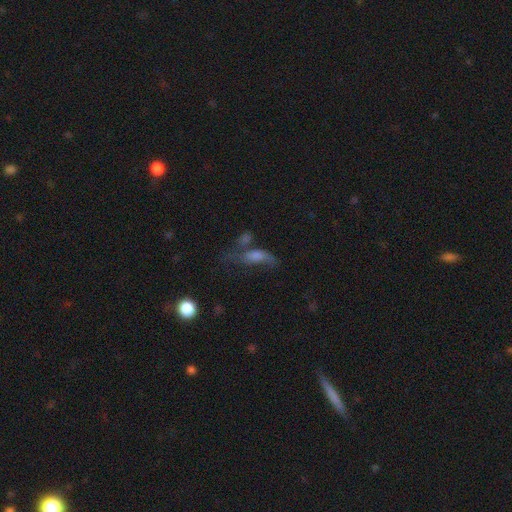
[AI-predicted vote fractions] Smooth or featured: smooth — 47% (featured or disk — 37%)
Merging: major disturbance — 29% (tied with none — 29%)